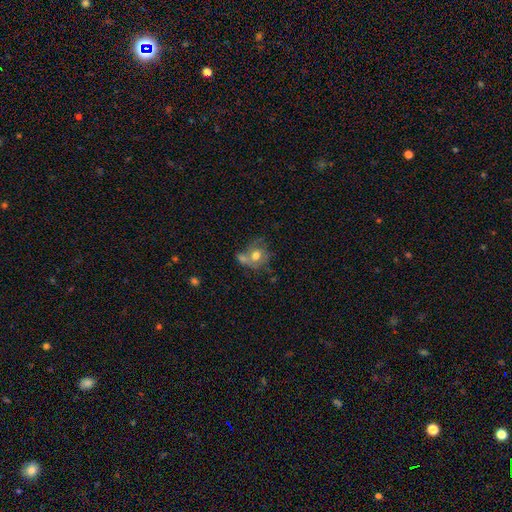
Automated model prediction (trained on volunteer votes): This appears to be a smooth galaxy with no disk features (57%) that is round (64%). Merging: none (34%).